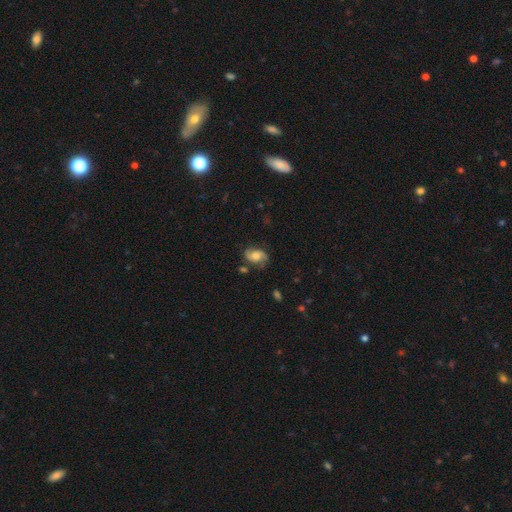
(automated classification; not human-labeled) A featured or disk galaxy (61%) with no bar (66%), 2 (87%) medium (43%) spiral arms (91%) and a moderate central bulge (56%). Merging: none (71%).